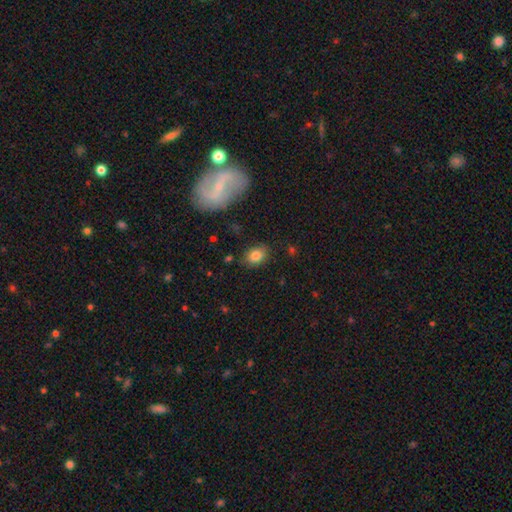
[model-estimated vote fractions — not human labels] The model was most divided on "how rounded": in between: 76%, round: 23%, cigar-shaped: 2%. More confident: smooth or featured — smooth (81%); merging — none (80%).